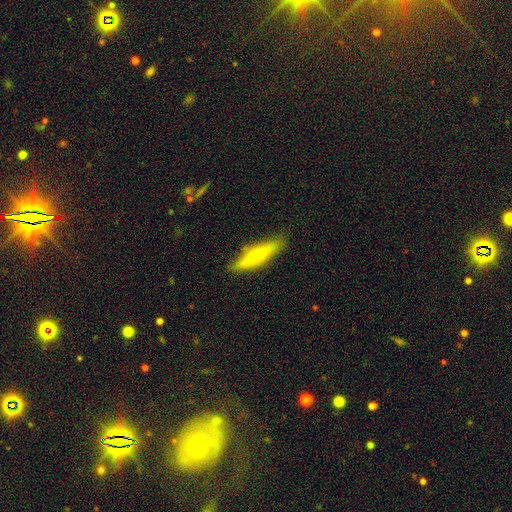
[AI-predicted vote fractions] smooth-or-featured: featured or disk: 49% | smooth: 45% | star or artifact: 6%
  merging: none: 85% | minor disturbance: 11% | major disturbance: 2% | merger: 1%